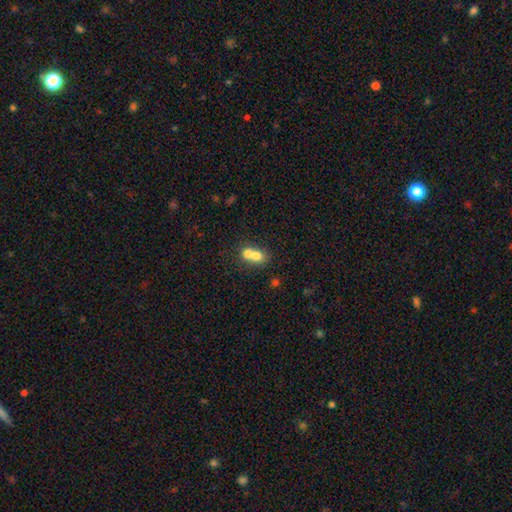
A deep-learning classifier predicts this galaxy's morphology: This is likely a smooth galaxy (71%). How rounded: likely round (61%). Merging: likely merger (71%).